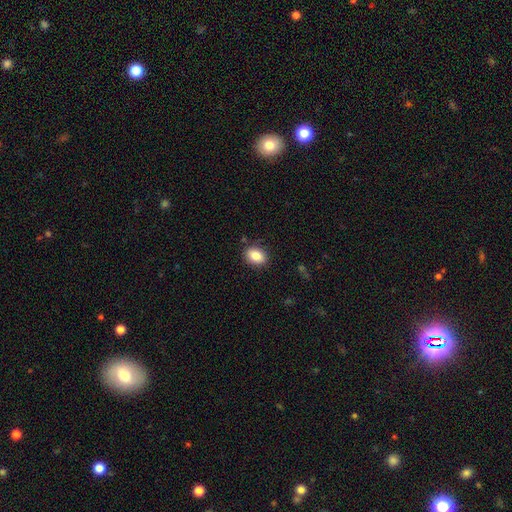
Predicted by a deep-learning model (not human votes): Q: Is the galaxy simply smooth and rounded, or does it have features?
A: smooth — 85%.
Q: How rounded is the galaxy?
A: in between — 75%.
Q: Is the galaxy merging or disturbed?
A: none — 86%.